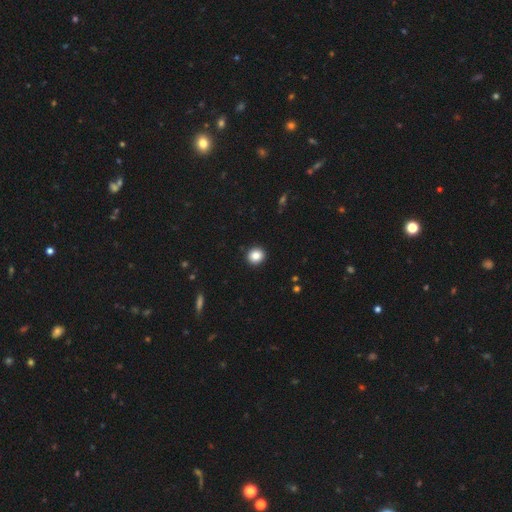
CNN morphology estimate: Smooth or featured?
  - smooth: 85% *
  - star or artifact: 10%
  - featured or disk: 5%
How rounded?
  - round: 88% *
  - in between: 11%
  - cigar-shaped: 1%
Merging?
  - none: 93% *
  - minor disturbance: 5%
  - major disturbance: 1%
  - merger: 1%